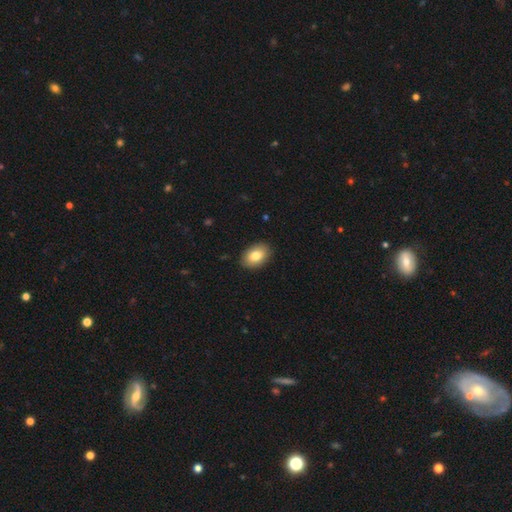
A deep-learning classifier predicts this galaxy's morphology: Smooth or featured?
  - smooth: 81% *
  - featured or disk: 12%
  - star or artifact: 7%
How rounded?
  - in between: 88% *
  - round: 11%
  - cigar-shaped: 1%
Merging?
  - none: 89% *
  - minor disturbance: 8%
  - major disturbance: 2%
  - merger: 1%